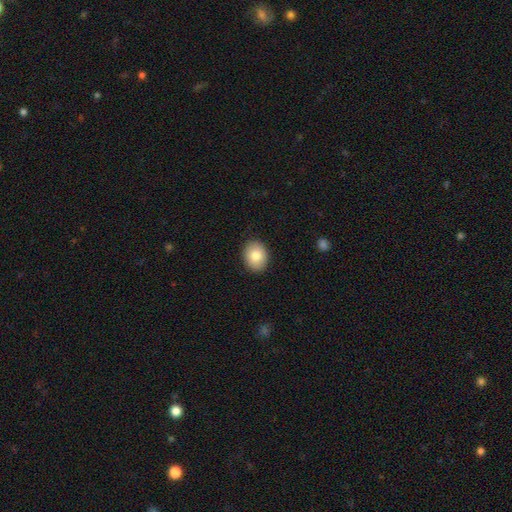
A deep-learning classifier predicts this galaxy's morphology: smooth 83%, featured or disk 10%, star or artifact 7%. Down the decision tree: how rounded — in between (58%); merging — none (89%).